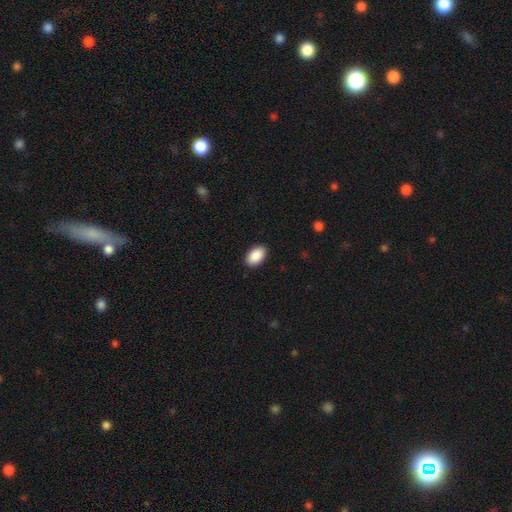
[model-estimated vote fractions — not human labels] Smooth or featured? smooth (91%)
How rounded? in between (93%)
Merging? none (90%)